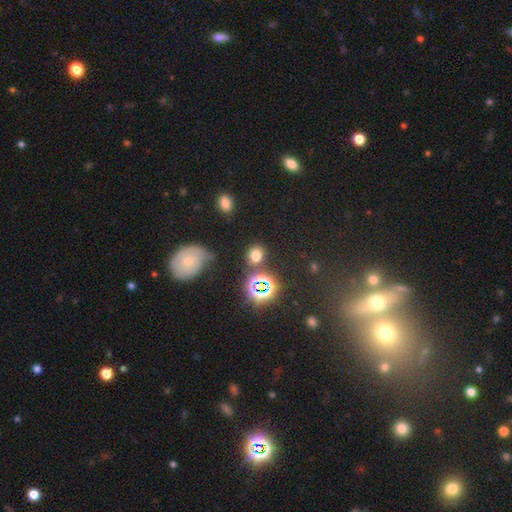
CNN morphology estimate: Smooth or featured: smooth — 65% (star or artifact — 28%)
How rounded: round — 62% (in between — 36%)
Merging: none — 77% (minor disturbance — 11%)